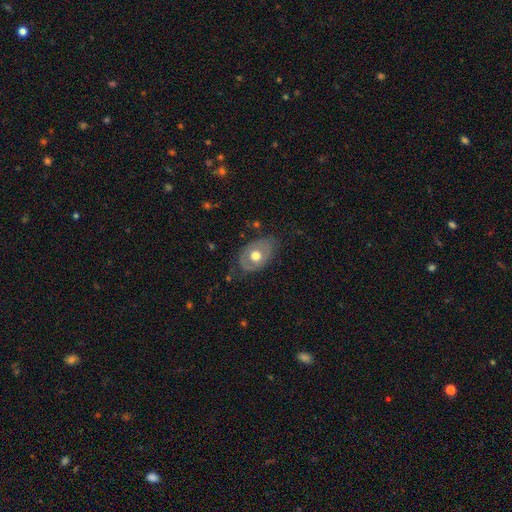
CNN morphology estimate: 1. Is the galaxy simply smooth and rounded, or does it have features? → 49% smooth, 45% featured or disk, 6% star or artifact.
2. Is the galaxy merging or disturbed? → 68% none, 23% minor disturbance, 8% major disturbance, 1% merger.